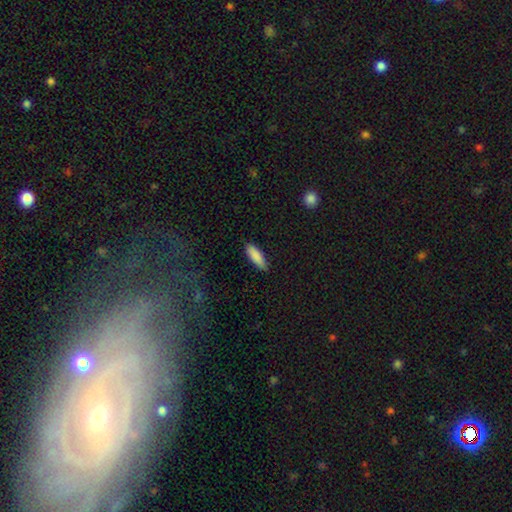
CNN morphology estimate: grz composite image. It shows a smooth galaxy with no disk features (88%) that is in between round and cigar-shaped (55%). Merging: none (83%).